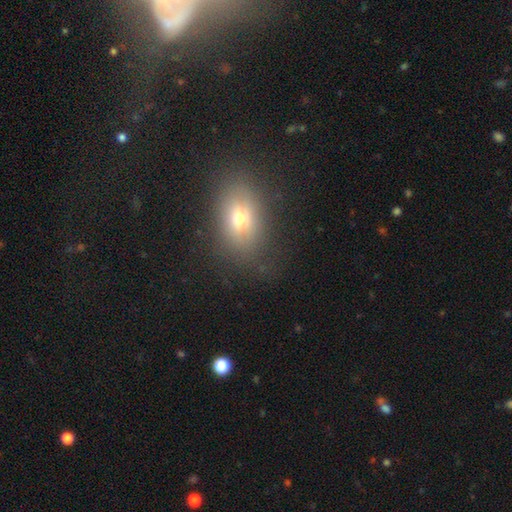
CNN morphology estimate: type=smooth (61%); roundness=in between (68%); merging=none (75%).